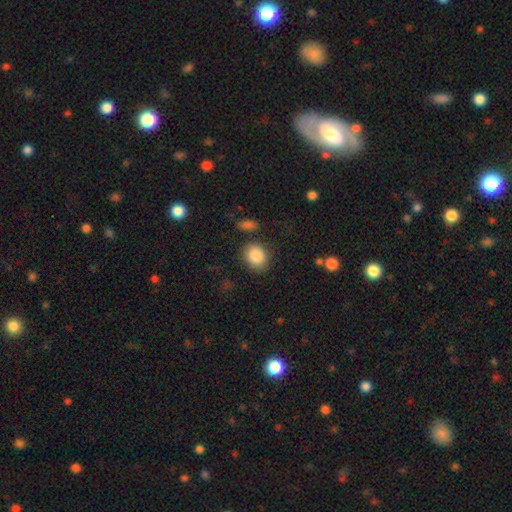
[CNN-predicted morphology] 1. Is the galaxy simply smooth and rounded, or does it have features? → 87% smooth, 8% star or artifact, 5% featured or disk.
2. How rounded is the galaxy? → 61% round, 38% in between, 1% cigar-shaped.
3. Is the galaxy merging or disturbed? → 80% none, 11% minor disturbance, 4% merger, 4% major disturbance.